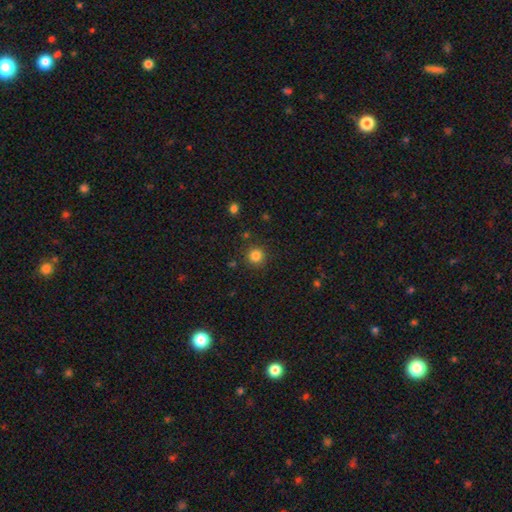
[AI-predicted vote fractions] Q: Smooth or featured?
A: smooth (83%); runner-up: star or artifact (12%)
Q: How rounded?
A: round (94%); runner-up: in between (5%)
Q: Merging?
A: none (89%); runner-up: minor disturbance (7%)